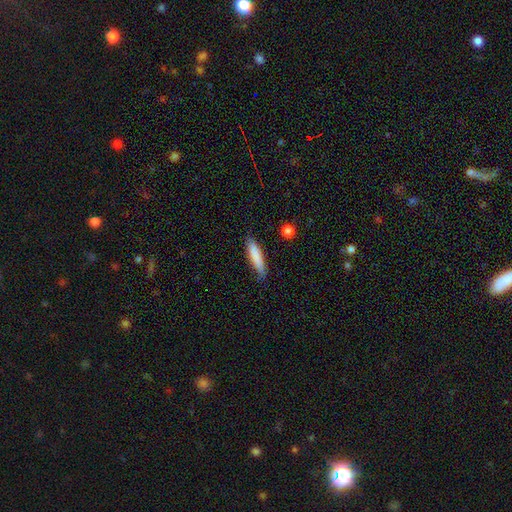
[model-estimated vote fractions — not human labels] A smooth galaxy with no disk features (82%) that is cigar-shaped (81%). Merging: none (79%).